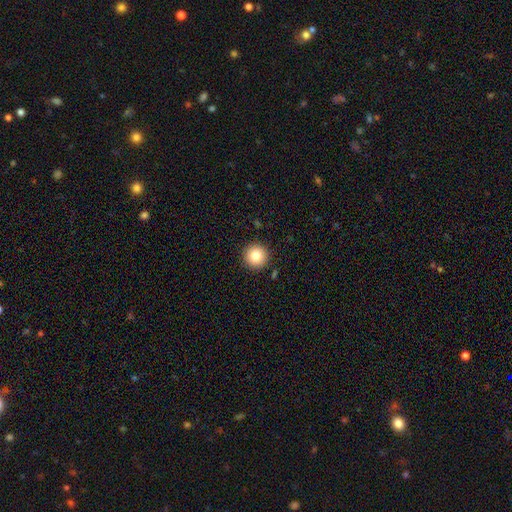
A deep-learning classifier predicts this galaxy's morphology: Smooth or featured?
  - smooth: 82% *
  - star or artifact: 9%
  - featured or disk: 8%
How rounded?
  - round: 96% *
  - in between: 3%
  - cigar-shaped: 1%
Merging?
  - none: 91% *
  - minor disturbance: 5%
  - major disturbance: 2%
  - merger: 1%